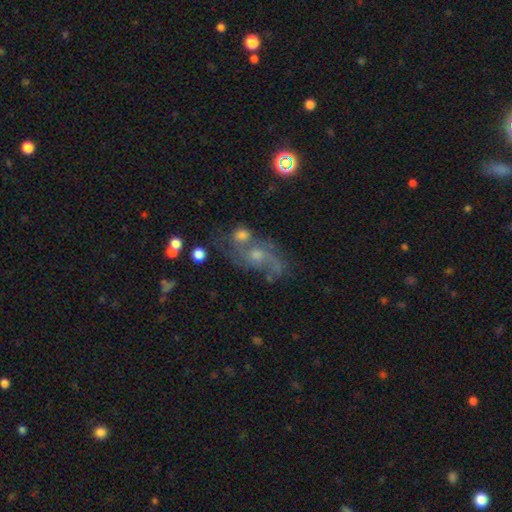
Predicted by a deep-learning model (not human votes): Smooth or featured?
  - featured or disk: 62% *
  - smooth: 23%
  - star or artifact: 16%
Edge-on disk?
  - no: 94% *
  - yes: 6%
Bar?
  - no: 73% *
  - weak: 23%
  - strong: 4%
Spiral arms?
  - yes: 79% *
  - no: 21%
Bulge size?
  - moderate: 47% *
  - small: 39%
  - none: 7%
  - large: 5%
  - dominant: 2%
Merging?
  - none: 38% *
  - merger: 30%
  - minor disturbance: 16%
  - major disturbance: 16%